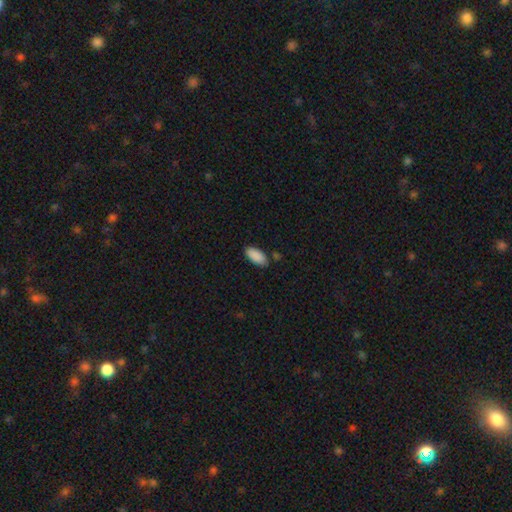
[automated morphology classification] smooth 90%, star or artifact 7%, featured or disk 4%. Down the decision tree: how rounded — in between (90%); merging — none (81%).